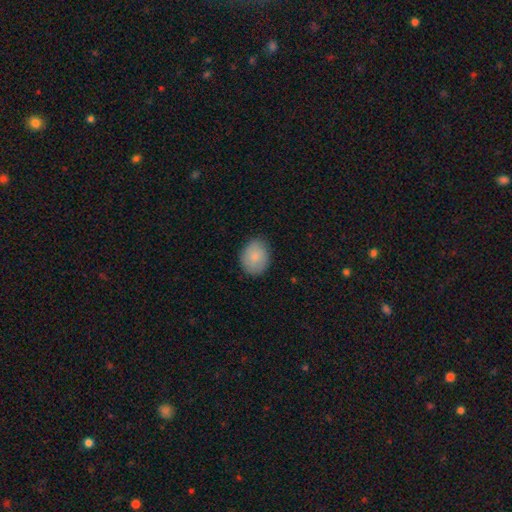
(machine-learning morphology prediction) The model was most divided on "how rounded": round: 51%, in between: 48%, cigar-shaped: 1%. More confident: smooth or featured — smooth (84%); merging — none (84%).